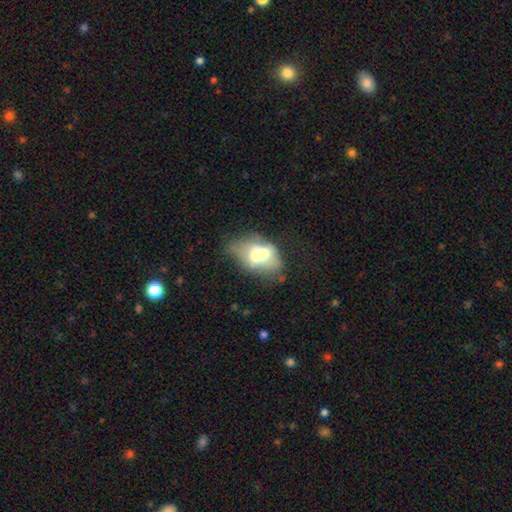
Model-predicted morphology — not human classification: Smooth or featured: smooth — 48% (featured or disk — 42%)
Merging: merger — 55% (none — 20%)